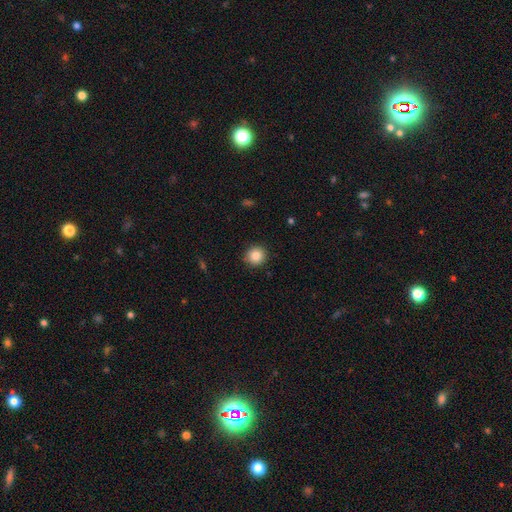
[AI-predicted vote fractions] Q: Smooth or featured?
A: smooth (85%); runner-up: star or artifact (9%)
Q: How rounded?
A: round (94%); runner-up: in between (5%)
Q: Merging?
A: none (90%); runner-up: minor disturbance (7%)